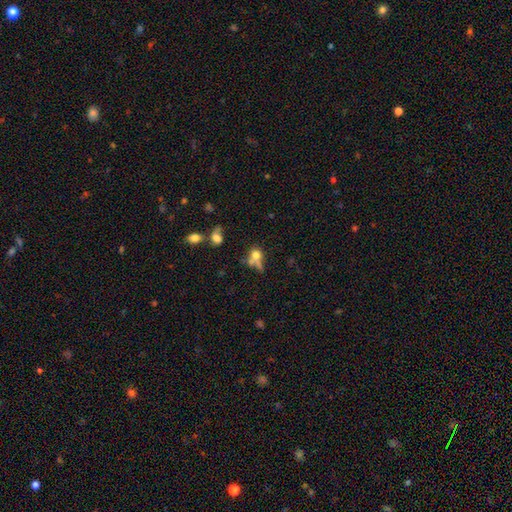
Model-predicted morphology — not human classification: smooth-or-featured: smooth: 65% | featured or disk: 20% | star or artifact: 15%
  how-rounded: round: 63% | in between: 32% | cigar-shaped: 5%
  merging: merger: 39% | none: 36% | major disturbance: 13% | minor disturbance: 12%